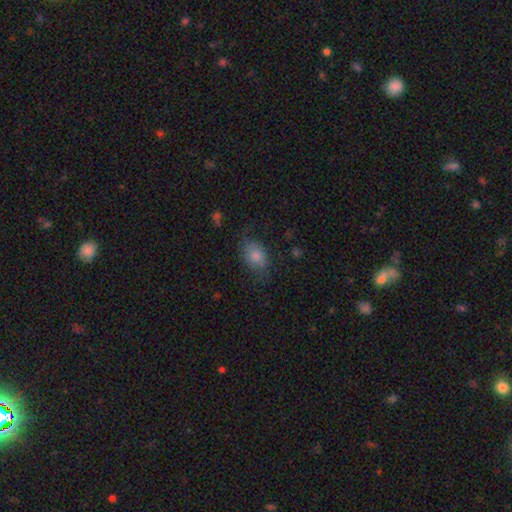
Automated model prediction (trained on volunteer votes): smooth 78%, featured or disk 12%, star or artifact 10%. Down the decision tree: how rounded — in between (81%); merging — none (72%).